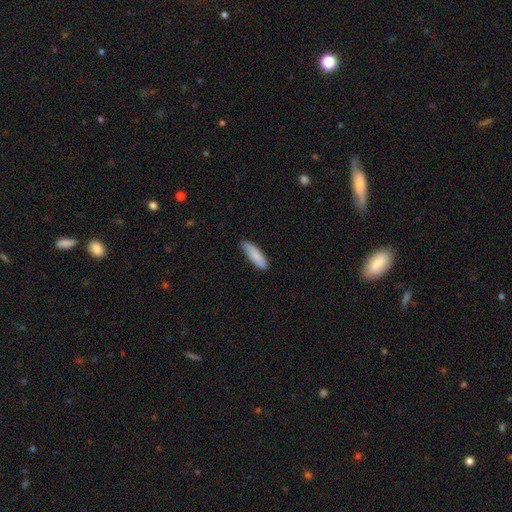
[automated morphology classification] Smooth or featured: smooth — 86% (featured or disk — 9%)
How rounded: cigar-shaped — 64% (in between — 34%)
Merging: none — 82% (minor disturbance — 15%)